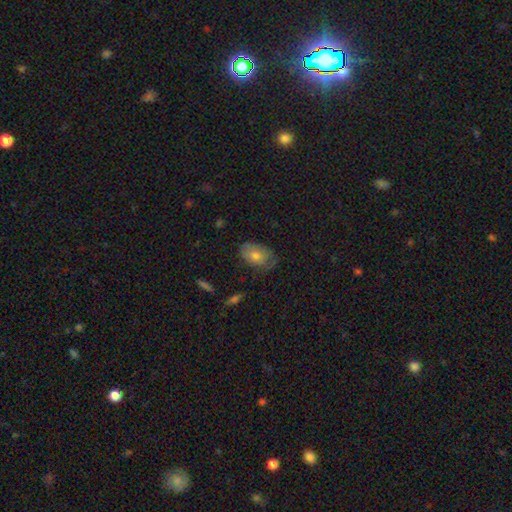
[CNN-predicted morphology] Smooth or featured?
  - smooth: 66% *
  - featured or disk: 26%
  - star or artifact: 9%
How rounded?
  - in between: 87% *
  - round: 12%
  - cigar-shaped: 2%
Merging?
  - none: 66% *
  - minor disturbance: 26%
  - major disturbance: 7%
  - merger: 1%